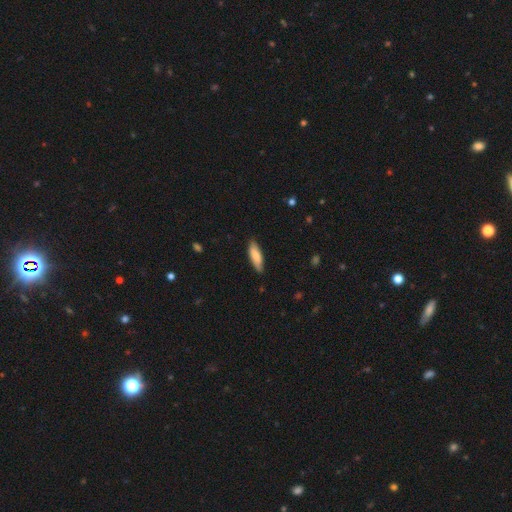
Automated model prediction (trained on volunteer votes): A smooth galaxy with no disk features (81%) that is cigar-shaped (51%).

Vote fractions:
- Smooth or featured? smooth: 81% / featured or disk: 14% / star or artifact: 6%
- How rounded? cigar-shaped: 51% / in between: 48% / round: 2%
- Merging? none: 83% / minor disturbance: 14% / major disturbance: 2% / merger: 1%